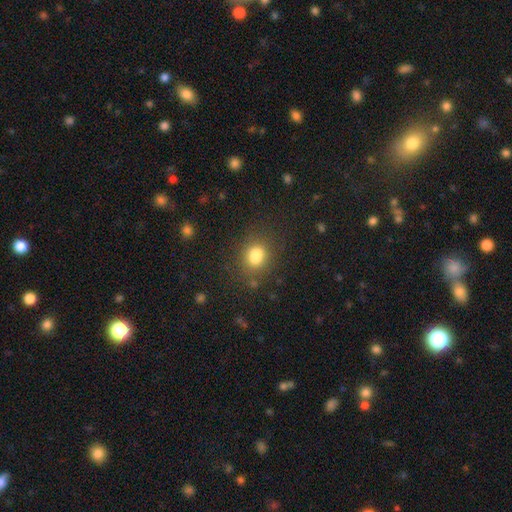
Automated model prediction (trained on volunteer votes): smooth_or_featured: smooth (p=0.78) [alt: star or artifact p=0.13]
how_rounded: round (p=0.54) [alt: in between p=0.45]
merging: none (p=0.63) [alt: minor disturbance p=0.15]